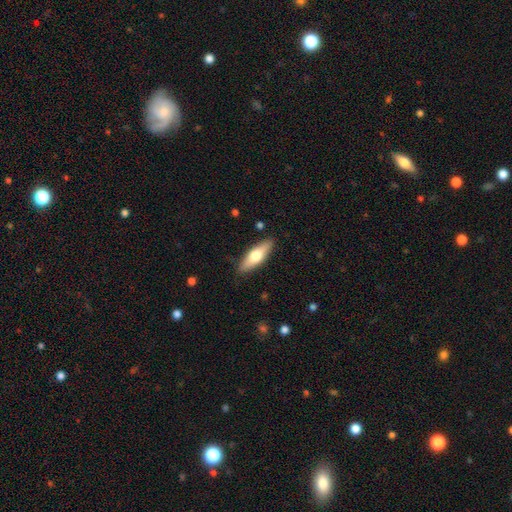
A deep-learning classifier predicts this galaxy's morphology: smooth-or-featured: smooth: 60% | featured or disk: 35% | star or artifact: 5%
  how-rounded: in between: 54% | cigar-shaped: 44% | round: 2%
  merging: none: 88% | minor disturbance: 9% | major disturbance: 2% | merger: 1%